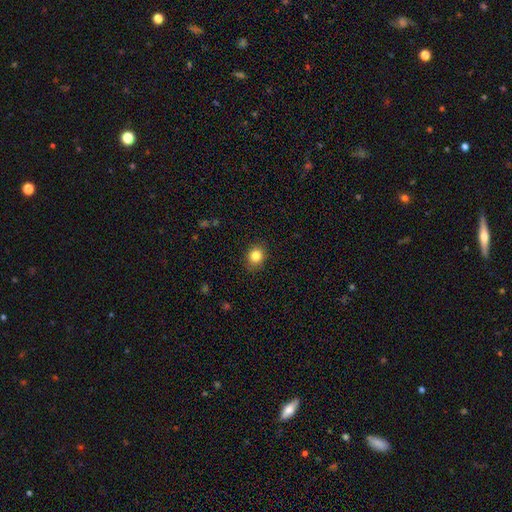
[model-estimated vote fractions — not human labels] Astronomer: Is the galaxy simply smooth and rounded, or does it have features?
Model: smooth — 84%.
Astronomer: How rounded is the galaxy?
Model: round — 70%.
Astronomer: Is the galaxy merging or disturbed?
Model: none — 88%.